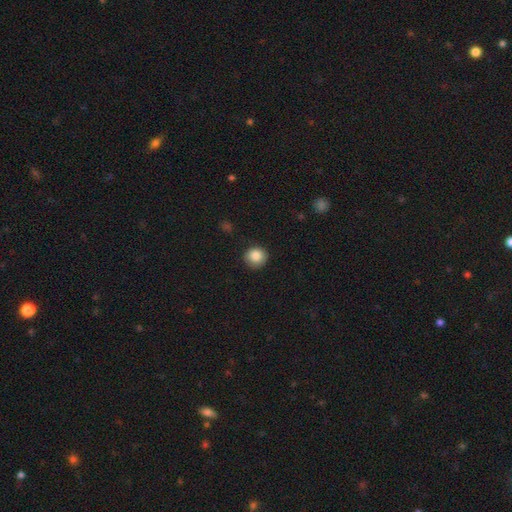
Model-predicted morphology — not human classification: smooth_or_featured: smooth (p=0.87) [alt: star or artifact p=0.09]
how_rounded: round (p=0.90) [alt: in between p=0.09]
merging: none (p=0.88) [alt: minor disturbance p=0.09]